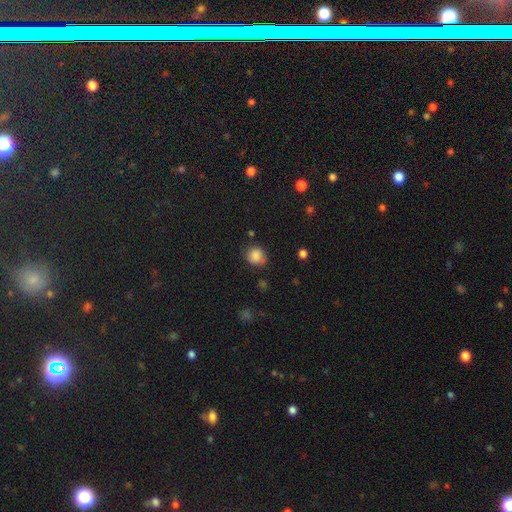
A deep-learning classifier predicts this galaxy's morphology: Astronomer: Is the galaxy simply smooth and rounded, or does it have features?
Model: smooth — 84%.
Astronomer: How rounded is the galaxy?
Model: round — 77%.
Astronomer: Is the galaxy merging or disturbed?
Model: none — 73%.